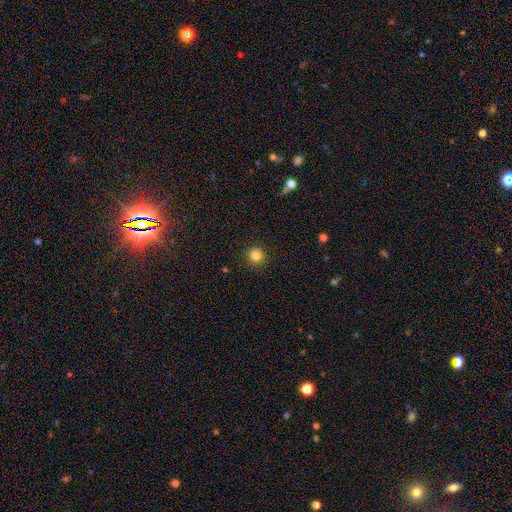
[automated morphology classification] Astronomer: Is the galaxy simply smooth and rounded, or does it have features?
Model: smooth — 84%.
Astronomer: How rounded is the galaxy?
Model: round — 94%.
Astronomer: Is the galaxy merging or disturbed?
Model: none — 91%.